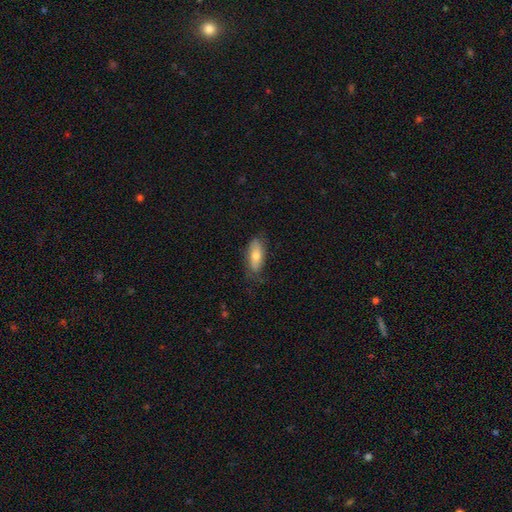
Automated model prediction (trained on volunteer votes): This appears to be a smooth galaxy with no disk features (70%) that is in between round and cigar-shaped (77%). Merging: none (72%).